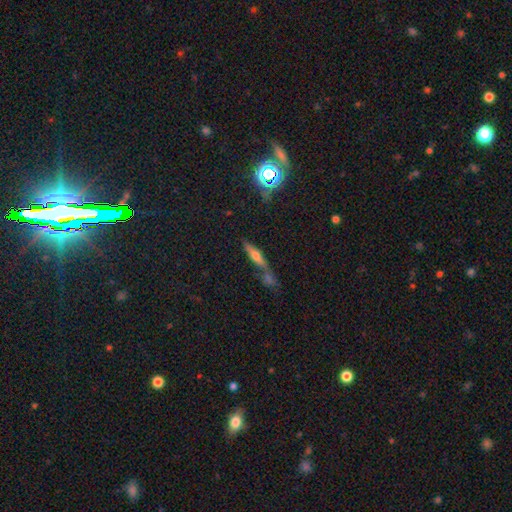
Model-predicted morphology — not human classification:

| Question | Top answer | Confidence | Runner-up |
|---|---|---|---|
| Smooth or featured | featured or disk | 45% | smooth (41%) |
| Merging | none | 54% | merger (28%) |